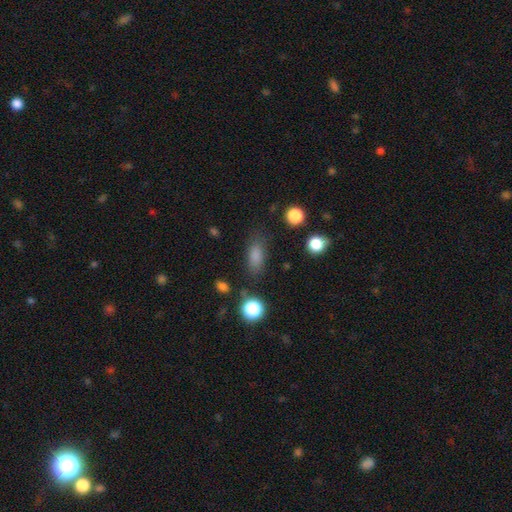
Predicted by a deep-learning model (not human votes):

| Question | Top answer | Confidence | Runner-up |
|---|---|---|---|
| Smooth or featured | smooth | 83% | star or artifact (11%) |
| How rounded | in between | 77% | cigar-shaped (17%) |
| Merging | none | 78% | minor disturbance (14%) |